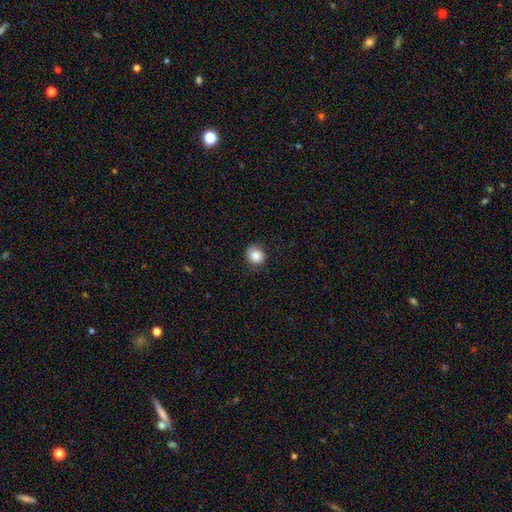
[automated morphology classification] A smooth galaxy with no disk features (85%) that is round (75%). Merging: none (79%).